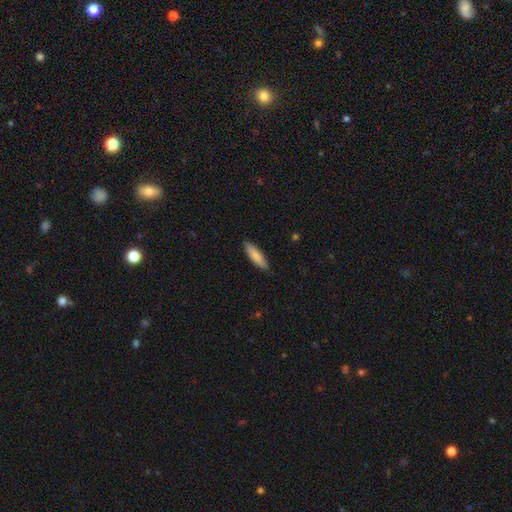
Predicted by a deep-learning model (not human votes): Smooth or featured?
  - smooth: 83% *
  - featured or disk: 12%
  - star or artifact: 5%
How rounded?
  - cigar-shaped: 64% *
  - in between: 35%
  - round: 1%
Merging?
  - none: 89% *
  - minor disturbance: 8%
  - major disturbance: 2%
  - merger: 1%